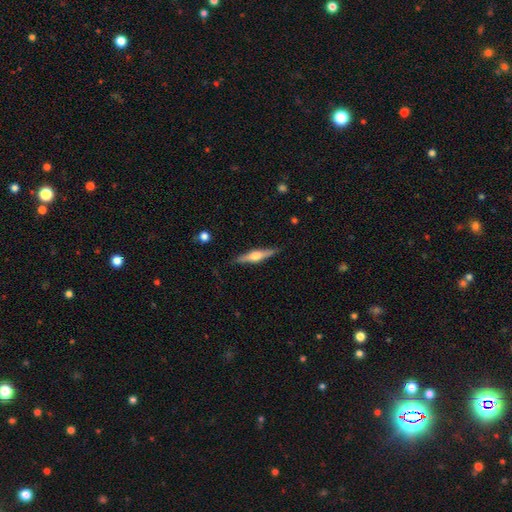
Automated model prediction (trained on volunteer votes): The model was most divided on "smooth or featured": featured or disk: 67%, smooth: 28%, star or artifact: 5%. More confident: edge-on disk — yes (97%); edge-on bulge — rounded (92%); merging — none (87%).